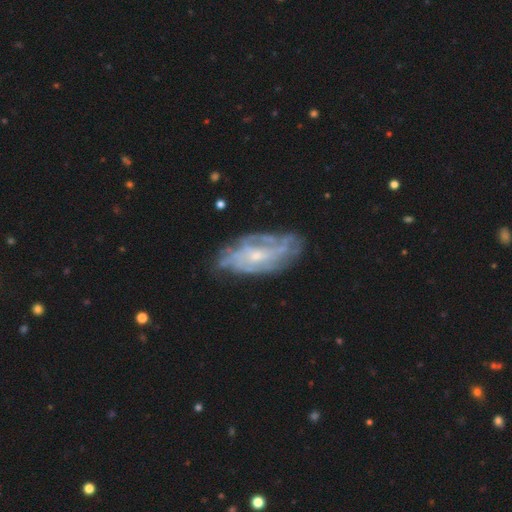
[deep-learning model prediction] This is likely a featured or disk galaxy (77%). It is clearly not viewed edge-on (92%). Bar: likely no (65%). Spiral arm pattern: likely yes (80%). Spiral arm count: possibly can't tell (57%). Spiral winding: possibly tight (54%). Central bulge: possibly small (59%). Merging: likely none (64%).